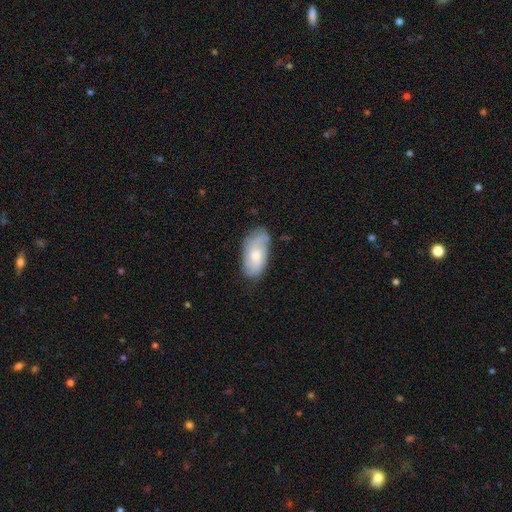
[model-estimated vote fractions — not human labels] Smooth or featured? smooth (48%)
Merging? none (61%)